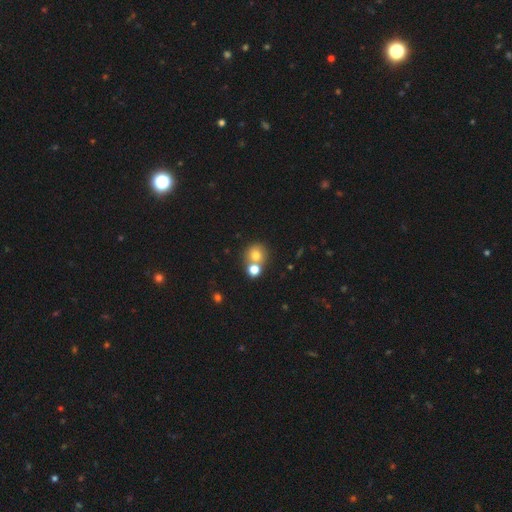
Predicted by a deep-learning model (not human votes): Smooth or featured: smooth — 75% (star or artifact — 14%)
How rounded: round — 86% (in between — 13%)
Merging: none — 51% (merger — 39%)